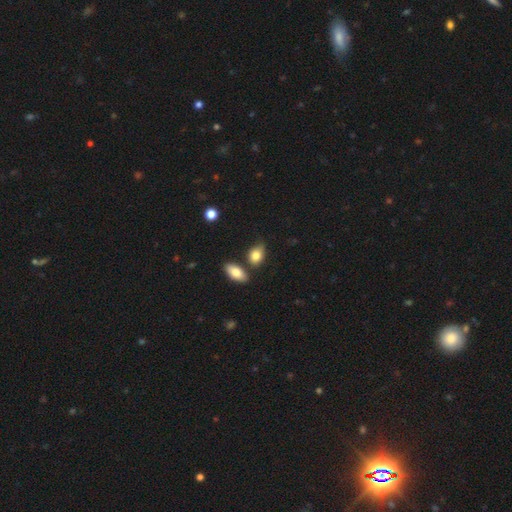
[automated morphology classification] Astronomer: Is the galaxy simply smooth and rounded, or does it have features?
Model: smooth — 83%.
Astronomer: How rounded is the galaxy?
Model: in between — 80%.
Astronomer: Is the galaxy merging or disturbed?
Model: none — 64%.